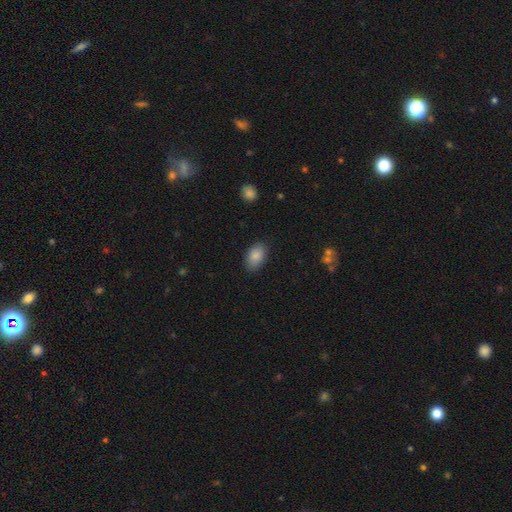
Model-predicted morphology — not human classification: Smooth or featured? Predicted: smooth (p=0.86). How rounded? Predicted: in between (p=0.90). Merging? Predicted: none (p=0.85).